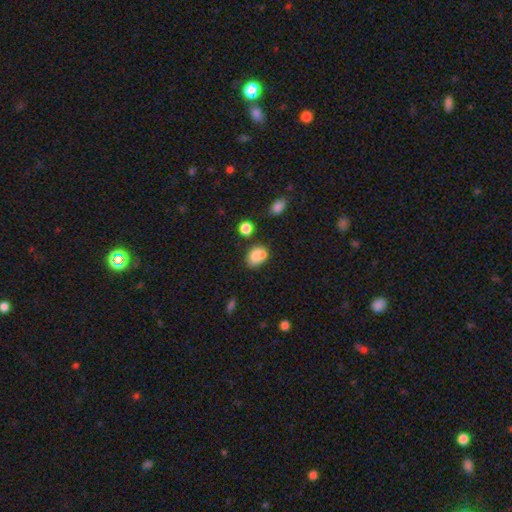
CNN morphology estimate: Smooth or featured?
  - smooth: 75% *
  - featured or disk: 14%
  - star or artifact: 11%
How rounded?
  - in between: 58% *
  - round: 41%
  - cigar-shaped: 1%
Merging?
  - merger: 41% *
  - none: 40%
  - minor disturbance: 14%
  - major disturbance: 5%